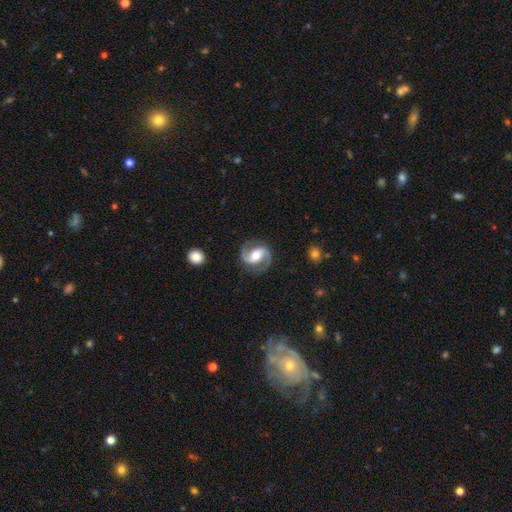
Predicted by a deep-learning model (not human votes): This appears to be a featured or disk galaxy (90%) with a weak bar (37%), 2 (94%) medium (57%) spiral arms (97%) and a moderate central bulge (71%). Merging: none (85%).